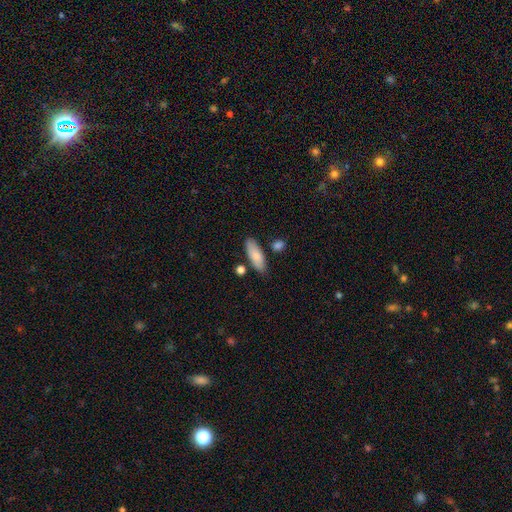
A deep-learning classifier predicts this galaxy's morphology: Q: Smooth or featured?
A: smooth (82%); runner-up: featured or disk (12%)
Q: How rounded?
A: in between (71%); runner-up: cigar-shaped (27%)
Q: Merging?
A: none (79%); runner-up: minor disturbance (13%)